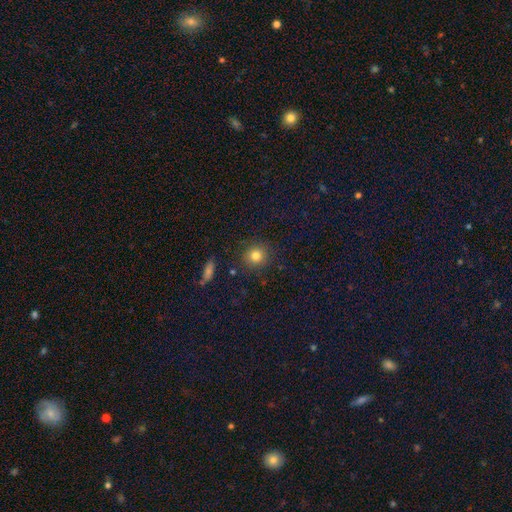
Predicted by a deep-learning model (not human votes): This is clearly a smooth galaxy (80%). How rounded: clearly round (90%). Merging: clearly none (88%).